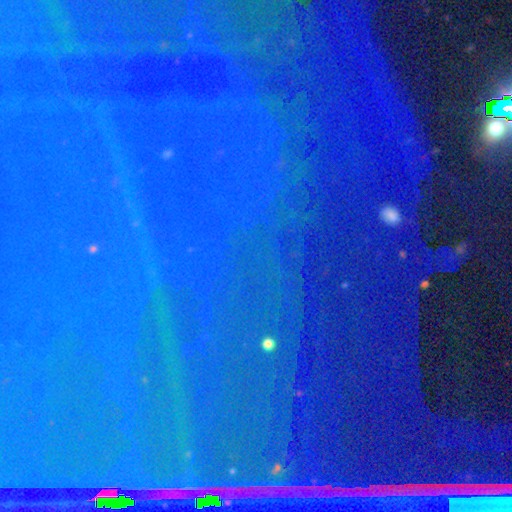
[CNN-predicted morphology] The model was most divided on "smooth or featured": star or artifact: 83%, smooth: 9%, featured or disk: 8%.